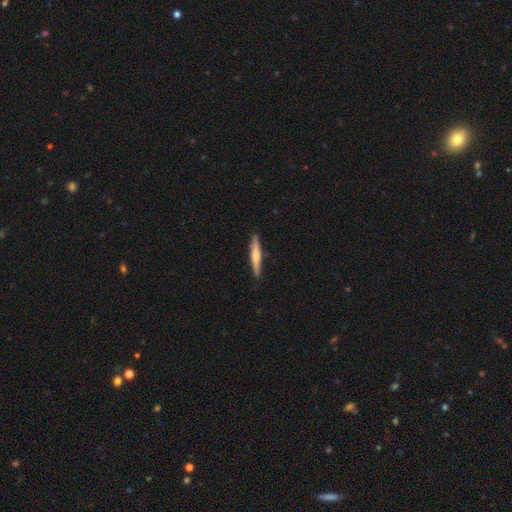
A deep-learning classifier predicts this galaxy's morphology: A smooth galaxy with no disk features (51%) that is cigar-shaped (93%). Merging: none (88%).